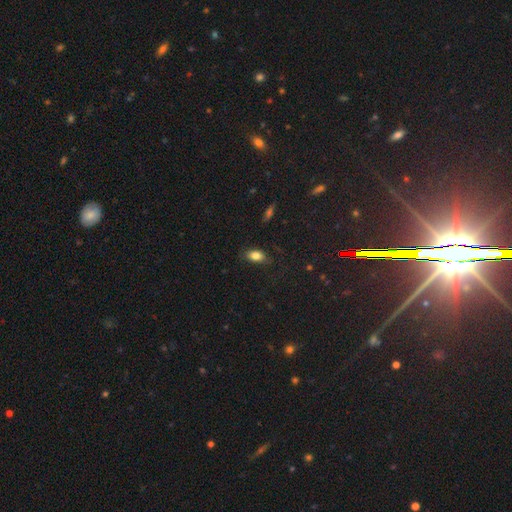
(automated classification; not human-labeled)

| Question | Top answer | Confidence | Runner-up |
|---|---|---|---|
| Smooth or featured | smooth | 82% | star or artifact (9%) |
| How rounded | in between | 88% | round (8%) |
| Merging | none | 81% | minor disturbance (14%) |